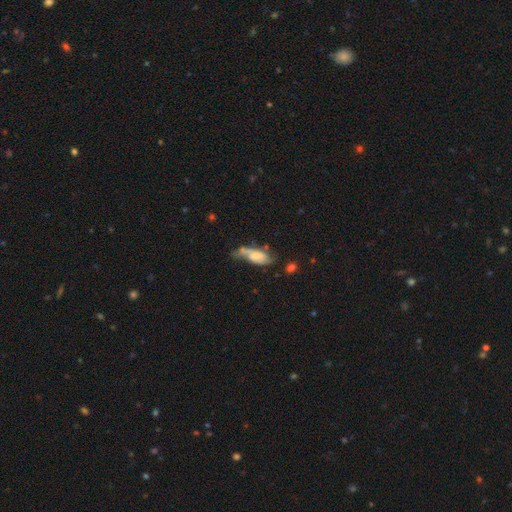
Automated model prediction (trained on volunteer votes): Q: Smooth or featured?
A: smooth (49%); runner-up: featured or disk (43%)
Q: Merging?
A: none (30%); tied with: minor disturbance (30%)